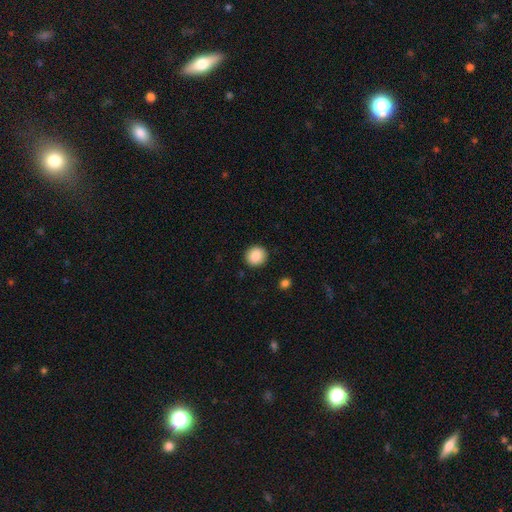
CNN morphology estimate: smooth-or-featured: smooth: 88% | star or artifact: 8% | featured or disk: 4%
  how-rounded: round: 89% | in between: 10% | cigar-shaped: 1%
  merging: none: 91% | minor disturbance: 6% | major disturbance: 2% | merger: 1%